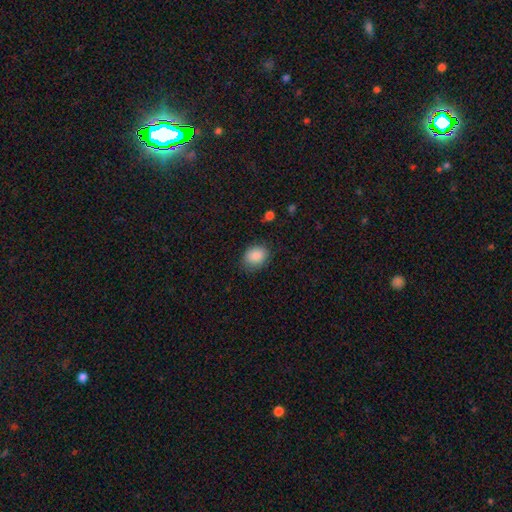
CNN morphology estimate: Q: Smooth or featured?
A: smooth (87%); runner-up: star or artifact (8%)
Q: How rounded?
A: round (51%); runner-up: in between (48%)
Q: Merging?
A: none (81%); runner-up: minor disturbance (14%)